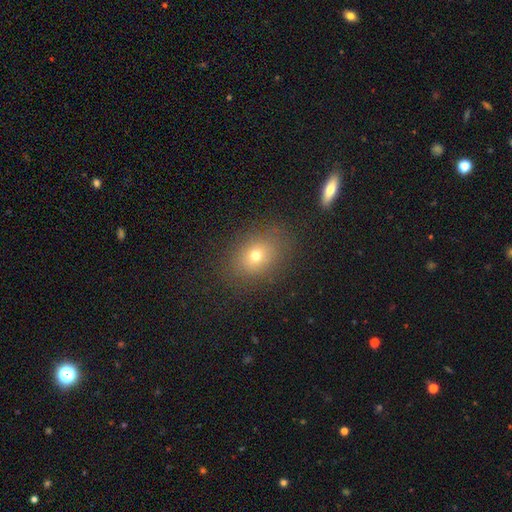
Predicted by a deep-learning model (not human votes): Overall: smooth (69%). How rounded: in between (57%; round 41%). Merging: none (83%).